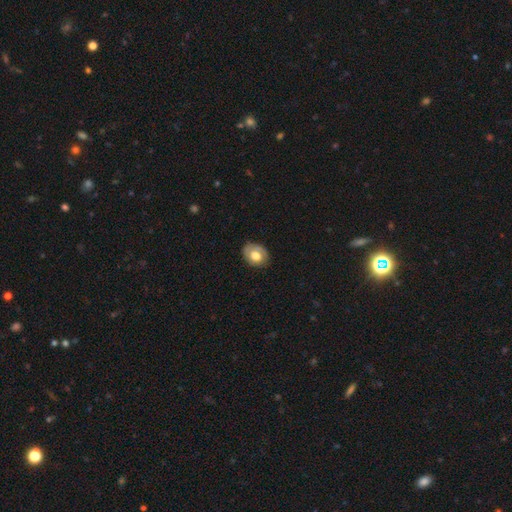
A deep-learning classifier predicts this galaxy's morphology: smooth 63%, featured or disk 29%, star or artifact 7%. Down the decision tree: how rounded — in between (50%); merging — none (70%).